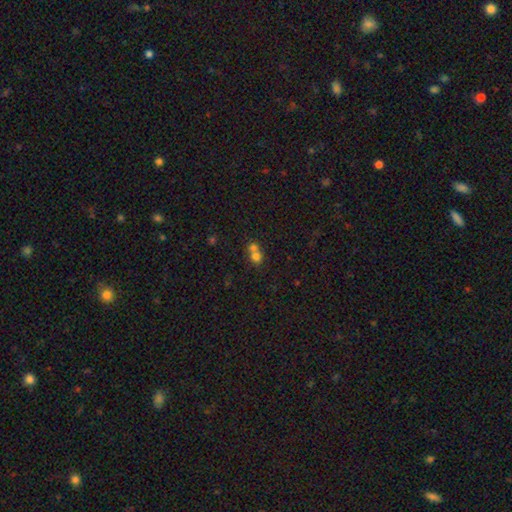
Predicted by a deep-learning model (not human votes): smooth_or_featured: smooth (p=0.72) [alt: featured or disk p=0.14]
how_rounded: round (p=0.75) [alt: in between p=0.24]
merging: merger (p=0.64) [alt: none p=0.28]